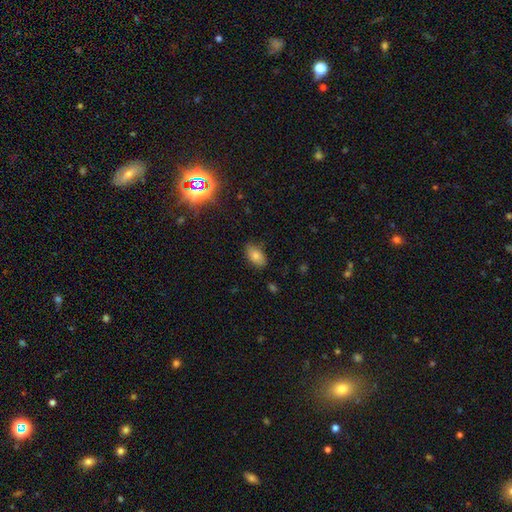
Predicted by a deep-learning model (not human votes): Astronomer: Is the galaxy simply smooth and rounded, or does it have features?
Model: smooth — 81%.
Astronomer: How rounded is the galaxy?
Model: in between — 90%.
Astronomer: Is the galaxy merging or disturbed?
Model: none — 81%.